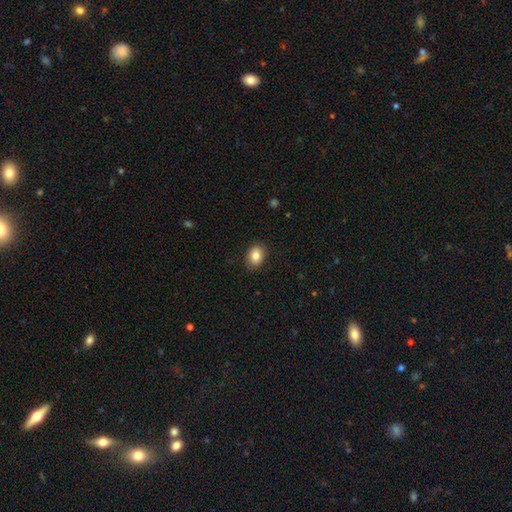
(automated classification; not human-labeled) Morphology: type=smooth (83%); roundness=in between (65%); merging=none (88%).